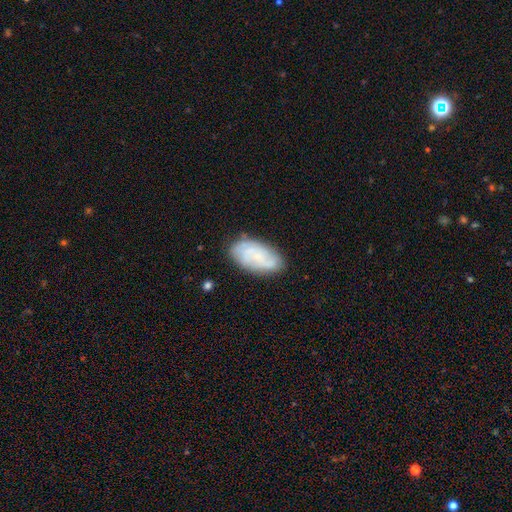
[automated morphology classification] This is possibly a featured or disk galaxy (50%). Merging: likely none (74%).